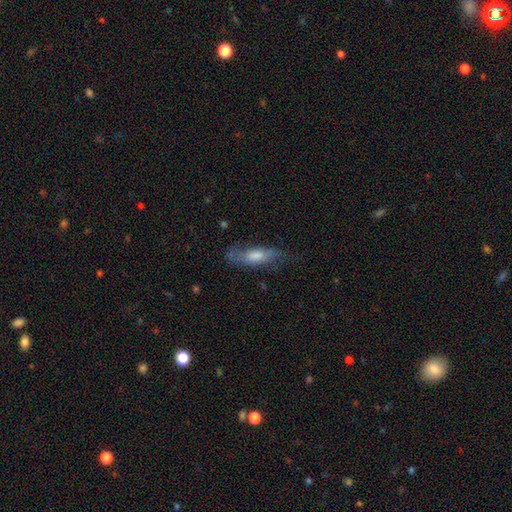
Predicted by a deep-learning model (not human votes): This is possibly a smooth galaxy (47%). Merging: possibly none (59%).